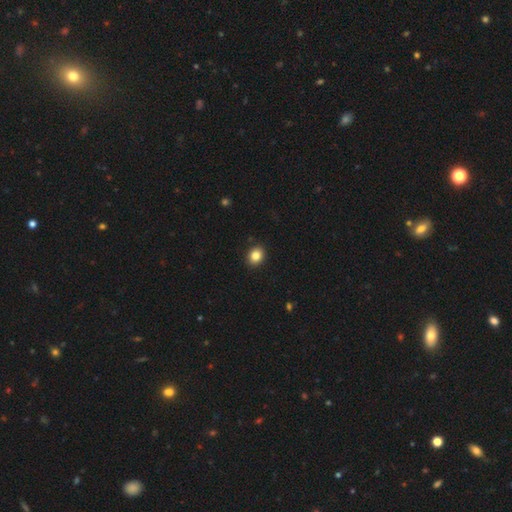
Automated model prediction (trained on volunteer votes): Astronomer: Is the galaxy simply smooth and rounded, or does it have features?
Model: smooth — 84%.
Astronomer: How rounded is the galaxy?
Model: round — 59% (runner-up: in between, 40%).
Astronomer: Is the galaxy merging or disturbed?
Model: none — 91%.